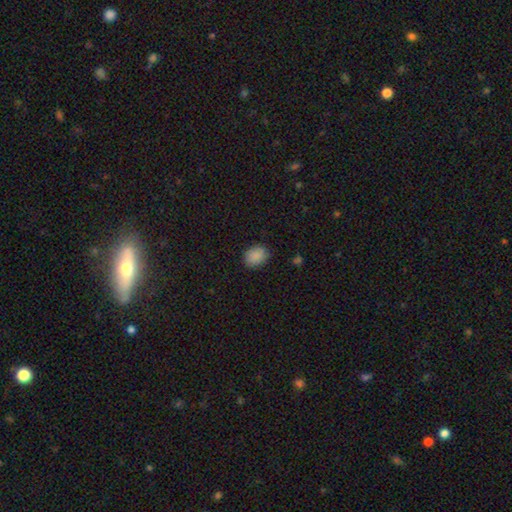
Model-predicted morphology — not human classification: Smooth or featured?
  - smooth: 88% *
  - star or artifact: 8%
  - featured or disk: 3%
How rounded?
  - in between: 65% *
  - round: 34%
  - cigar-shaped: 1%
Merging?
  - none: 84% *
  - minor disturbance: 13%
  - major disturbance: 3%
  - merger: 1%